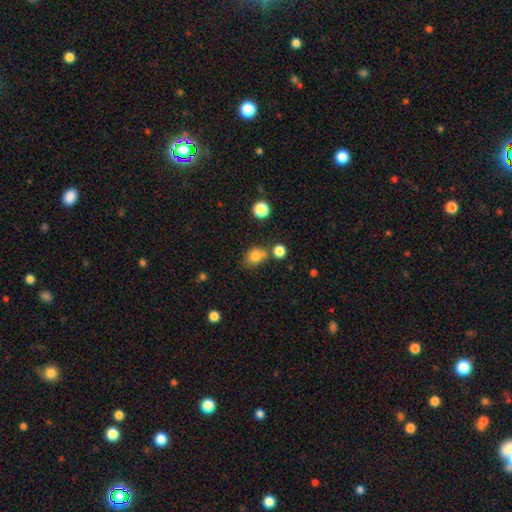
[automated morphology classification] smooth 81%, star or artifact 12%, featured or disk 7%. Down the decision tree: how rounded — round (57%); merging — none (57%).